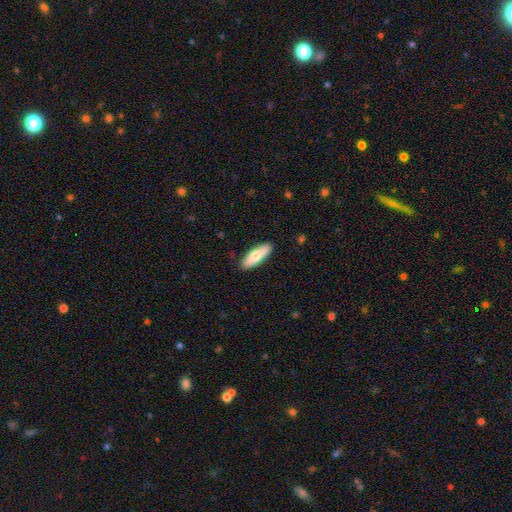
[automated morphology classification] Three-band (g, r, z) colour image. It shows a smooth galaxy with no disk features (71%) that is in between round and cigar-shaped (62%). Merging: none (88%).